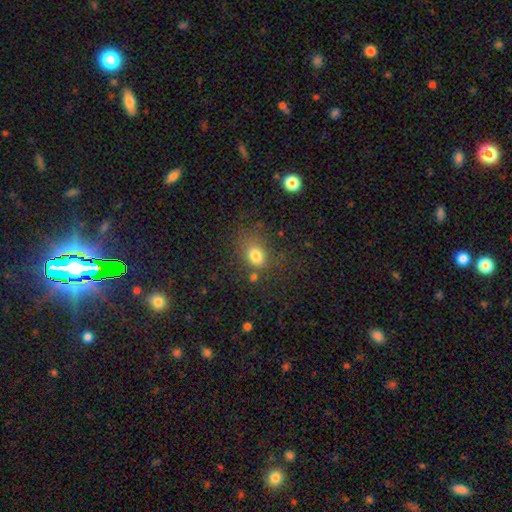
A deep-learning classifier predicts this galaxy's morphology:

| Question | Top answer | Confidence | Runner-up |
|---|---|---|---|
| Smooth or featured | smooth | 77% | star or artifact (14%) |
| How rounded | in between | 60% | round (39%) |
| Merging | none | 66% | minor disturbance (18%) |